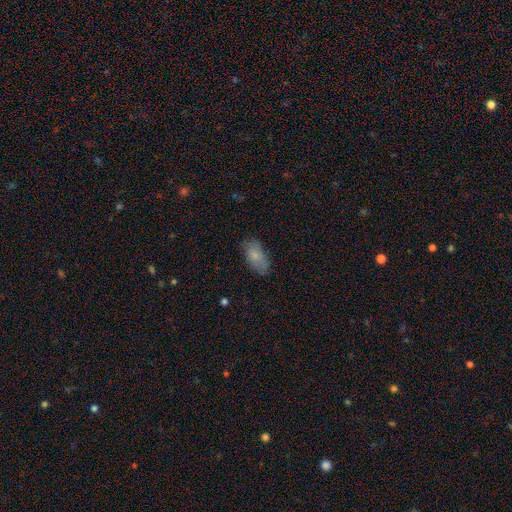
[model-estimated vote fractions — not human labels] A smooth galaxy with no disk features (78%) that is in between round and cigar-shaped (91%).

Vote fractions:
- Smooth or featured? smooth: 78% / featured or disk: 16% / star or artifact: 7%
- How rounded? in between: 91% / cigar-shaped: 6% / round: 3%
- Merging? none: 71% / minor disturbance: 22% / major disturbance: 5% / merger: 1%